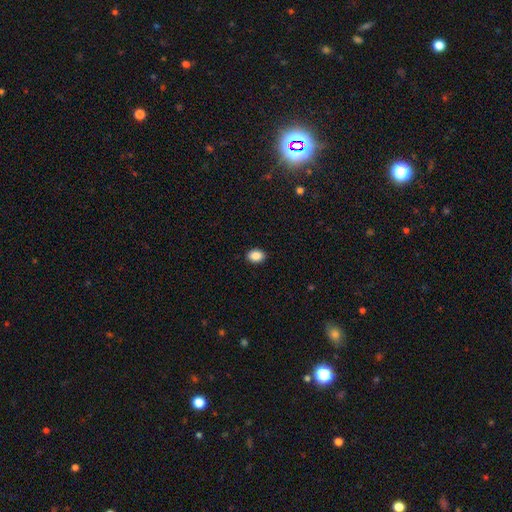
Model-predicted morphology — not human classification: This is clearly a smooth galaxy (88%). How rounded: likely in between (67%). Merging: clearly none (91%).